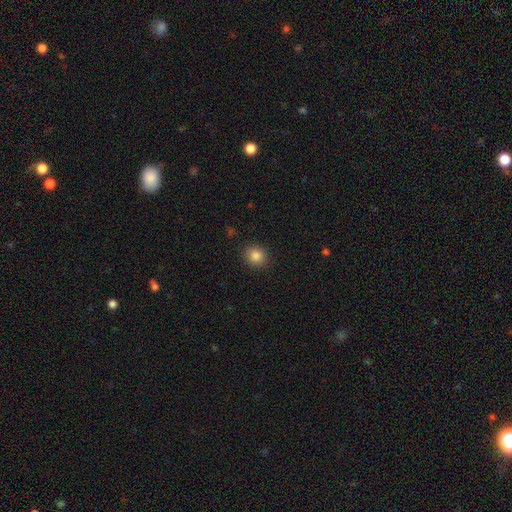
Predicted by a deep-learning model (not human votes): Smooth or featured?
  - smooth: 85% *
  - star or artifact: 11%
  - featured or disk: 5%
How rounded?
  - round: 81% *
  - in between: 19%
  - cigar-shaped: 1%
Merging?
  - none: 89% *
  - minor disturbance: 7%
  - major disturbance: 2%
  - merger: 1%